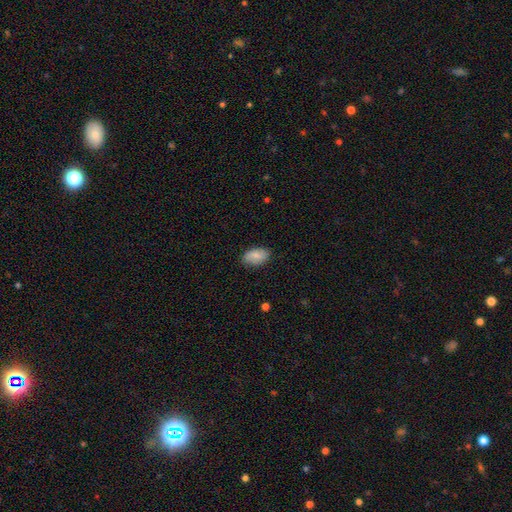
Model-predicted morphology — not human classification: This appears to be a smooth galaxy with no disk features (81%) that is in between round and cigar-shaped (93%). Merging: none (83%).